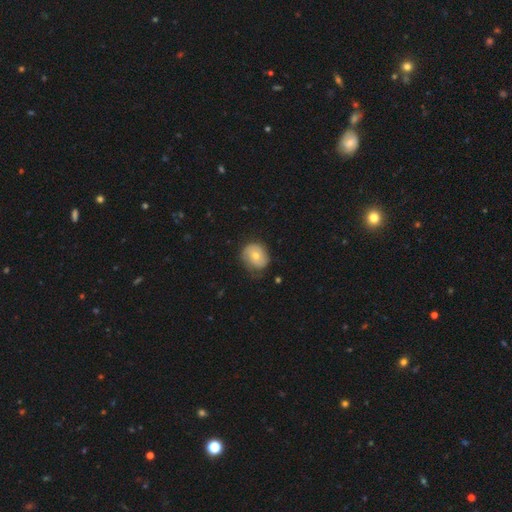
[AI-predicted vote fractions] Q: Smooth or featured?
A: smooth (56%); runner-up: featured or disk (37%)
Q: How rounded?
A: round (65%); runner-up: in between (34%)
Q: Merging?
A: none (60%); runner-up: minor disturbance (29%)